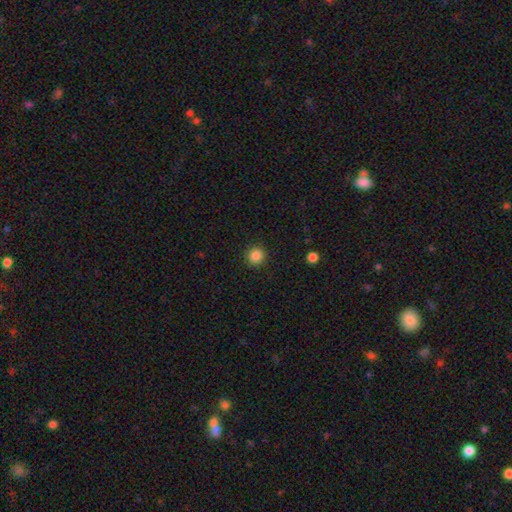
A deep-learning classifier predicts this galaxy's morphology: A smooth galaxy with no disk features (86%) that is round (93%). Merging: none (91%).